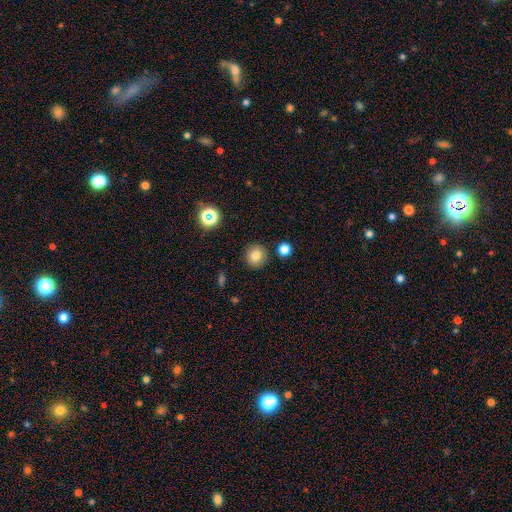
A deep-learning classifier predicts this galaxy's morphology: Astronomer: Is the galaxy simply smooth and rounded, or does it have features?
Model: smooth — 79%.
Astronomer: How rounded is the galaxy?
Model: round — 90%.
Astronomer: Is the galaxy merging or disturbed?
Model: none — 88%.